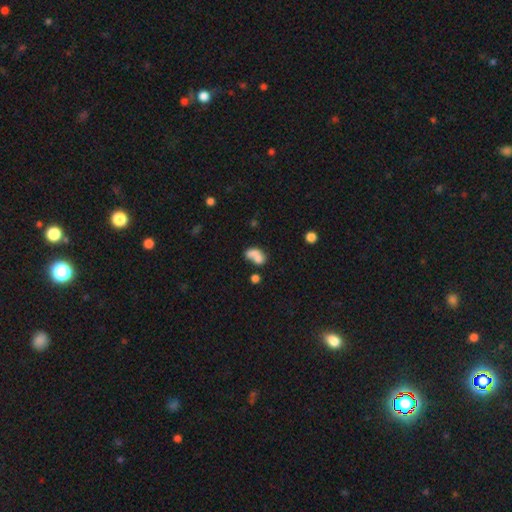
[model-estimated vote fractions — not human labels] The model was most divided on "merging": merger: 52%, none: 24%, major disturbance: 13%, minor disturbance: 12%. More confident: how rounded — in between (72%); smooth or featured — smooth (68%).